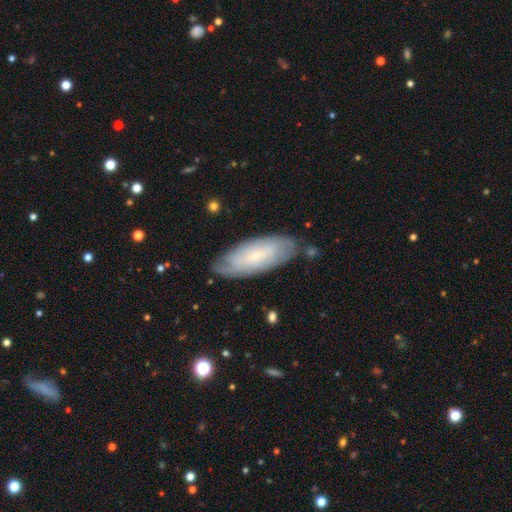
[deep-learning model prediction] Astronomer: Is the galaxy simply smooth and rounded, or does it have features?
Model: featured or disk — 57% (runner-up: smooth, 36%).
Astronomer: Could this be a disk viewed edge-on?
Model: no — 86%.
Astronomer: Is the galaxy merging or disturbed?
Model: none — 77%.